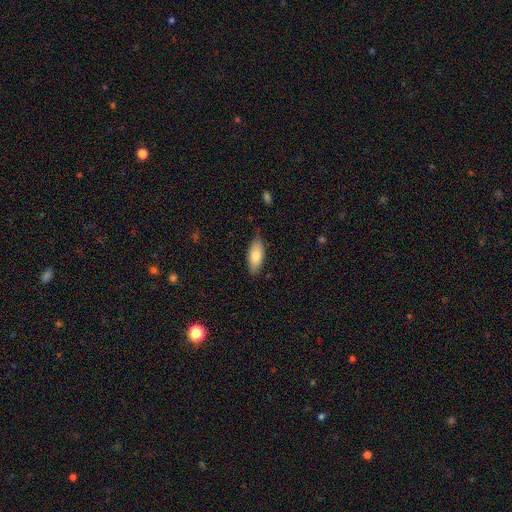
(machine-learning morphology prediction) smooth_or_featured: smooth (p=0.78) [alt: featured or disk p=0.16]
how_rounded: in between (p=0.82) [alt: cigar-shaped p=0.15]
merging: none (p=0.75) [alt: minor disturbance p=0.21]